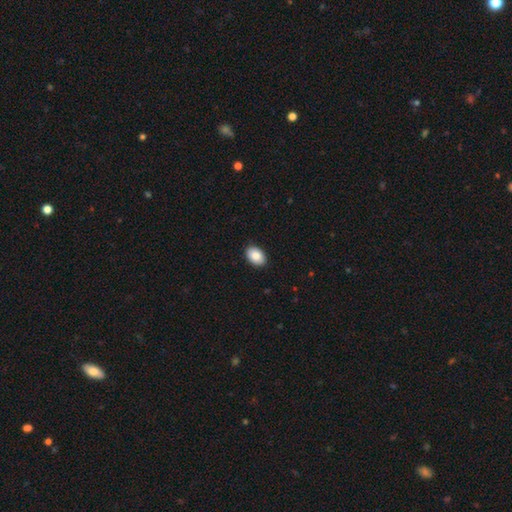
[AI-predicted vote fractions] Overall: smooth (86%). How rounded: in between (86%). Merging: none (90%).